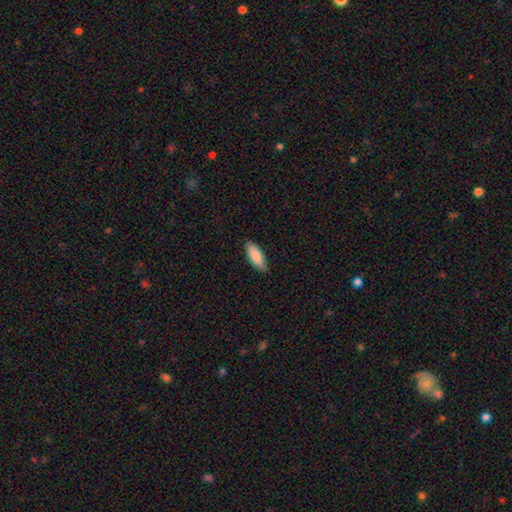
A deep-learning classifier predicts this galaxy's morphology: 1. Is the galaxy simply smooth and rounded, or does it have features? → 89% smooth, 6% featured or disk, 5% star or artifact.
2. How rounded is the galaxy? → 75% in between, 23% cigar-shaped, 2% round.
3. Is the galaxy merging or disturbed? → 86% none, 11% minor disturbance, 2% major disturbance, 1% merger.